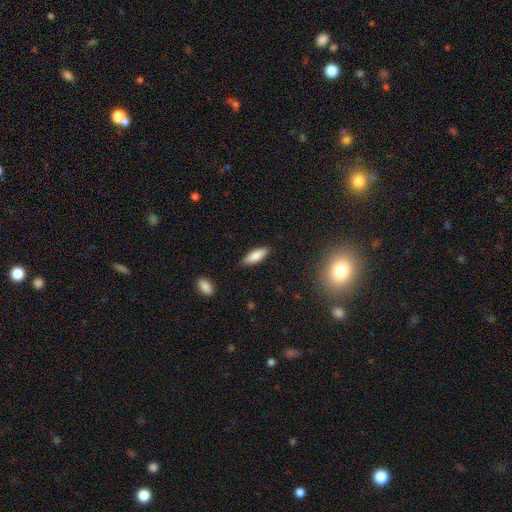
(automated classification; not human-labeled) This appears to be a smooth galaxy with no disk features (85%) that is in between round and cigar-shaped (57%). Merging: none (87%).